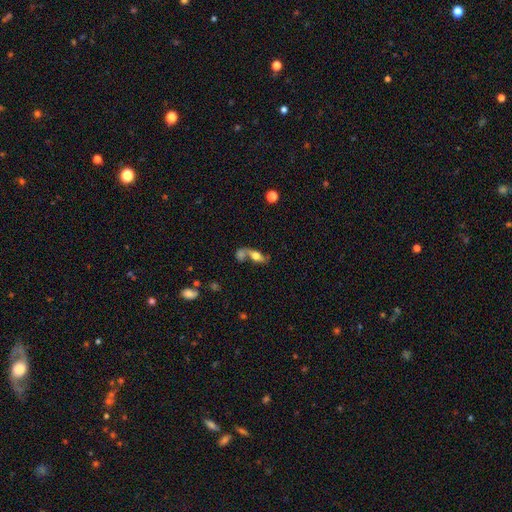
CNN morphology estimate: A smooth galaxy with no disk features (47%). Merging: merger (46%).